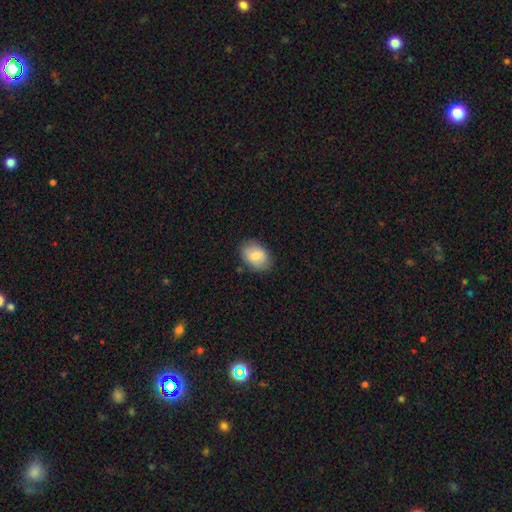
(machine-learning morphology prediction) smooth 75%, featured or disk 17%, star or artifact 7%. Down the decision tree: how rounded — in between (79%); merging — none (82%).